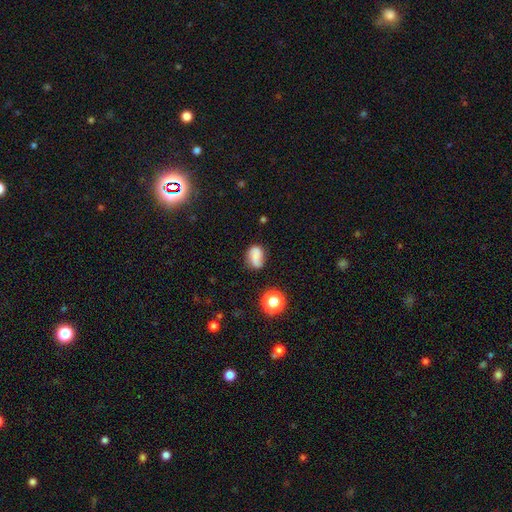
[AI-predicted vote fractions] Morphology: type=smooth (62%); roundness=in between (72%); merging=none (60%).